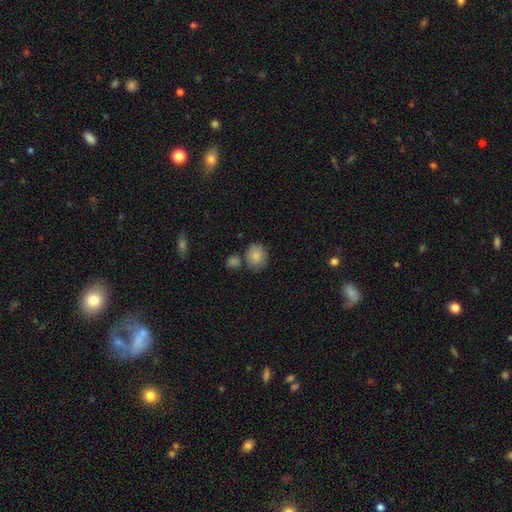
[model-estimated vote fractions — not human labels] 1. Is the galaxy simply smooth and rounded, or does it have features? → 85% smooth, 8% star or artifact, 7% featured or disk.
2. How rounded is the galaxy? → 73% round, 26% in between, 1% cigar-shaped.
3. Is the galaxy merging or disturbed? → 65% none, 16% merger, 15% minor disturbance, 4% major disturbance.